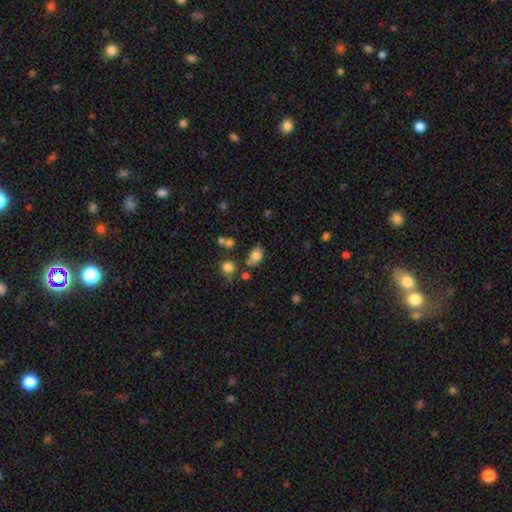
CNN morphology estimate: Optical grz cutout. It shows a smooth galaxy with no disk features (80%) that is in between round and cigar-shaped (82%). Merging: none (59%).